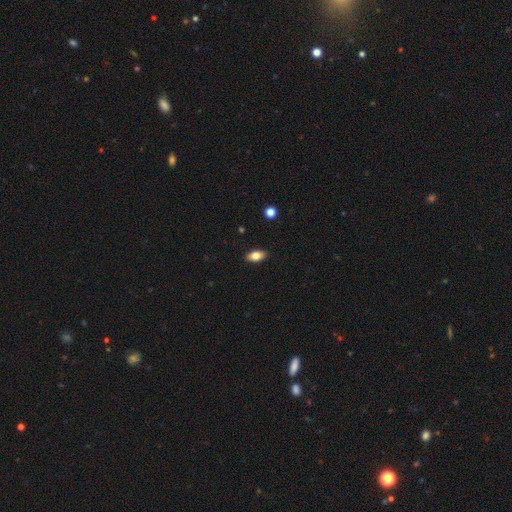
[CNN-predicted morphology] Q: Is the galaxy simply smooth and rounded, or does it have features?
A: smooth — 80%.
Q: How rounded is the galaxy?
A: in between — 91%.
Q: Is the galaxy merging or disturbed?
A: none — 90%.